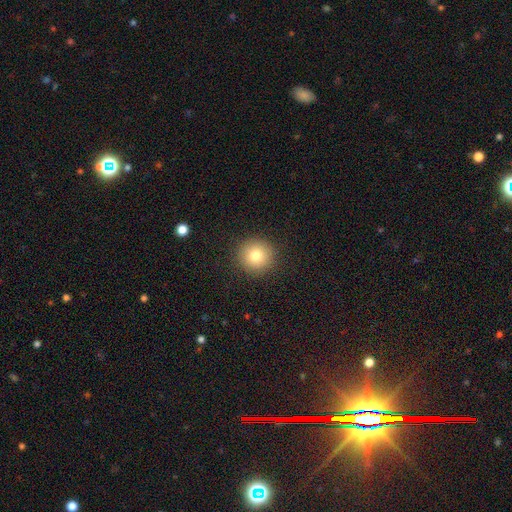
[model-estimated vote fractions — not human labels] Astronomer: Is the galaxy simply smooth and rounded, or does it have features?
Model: smooth — 79%.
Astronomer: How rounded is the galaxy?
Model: round — 94%.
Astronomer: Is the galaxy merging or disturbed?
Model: none — 91%.